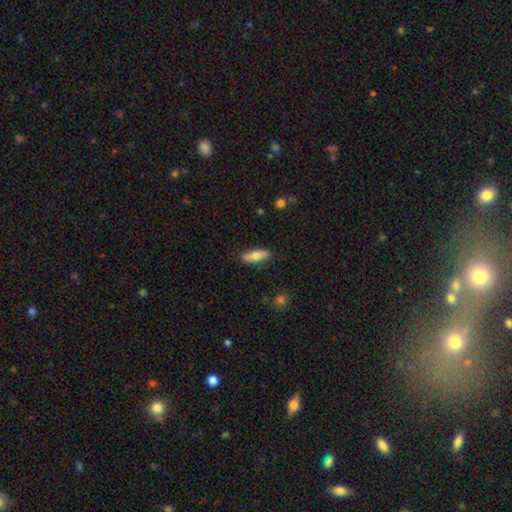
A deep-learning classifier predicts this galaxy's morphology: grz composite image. It shows a smooth galaxy with no disk features (73%) that is in between round and cigar-shaped (62%). Merging: none (85%).